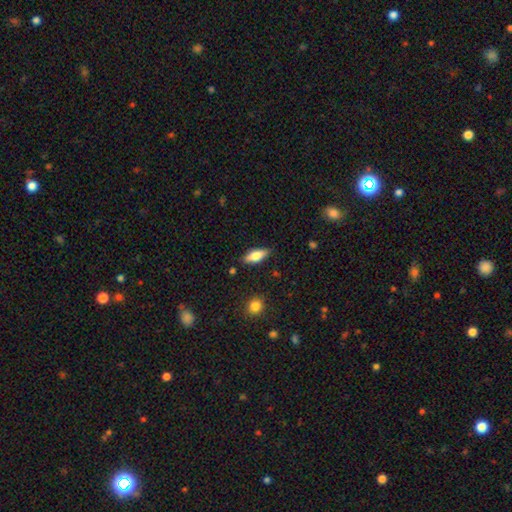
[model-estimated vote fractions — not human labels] A smooth galaxy with no disk features (67%) that is in between round and cigar-shaped (68%). Merging: none (83%).